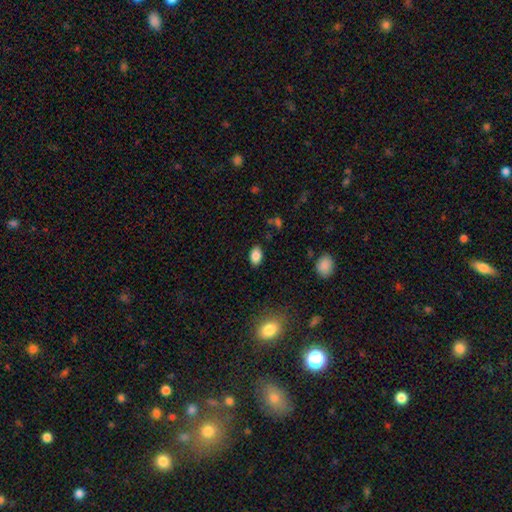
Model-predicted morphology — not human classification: Smooth or featured?
  - smooth: 85% *
  - star or artifact: 9%
  - featured or disk: 6%
How rounded?
  - in between: 88% *
  - round: 10%
  - cigar-shaped: 2%
Merging?
  - none: 86% *
  - minor disturbance: 10%
  - major disturbance: 3%
  - merger: 1%